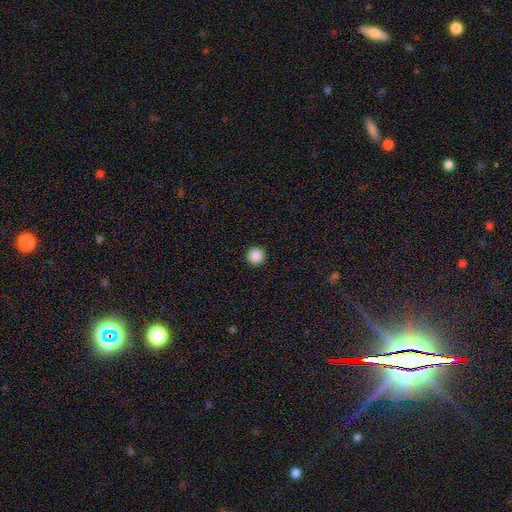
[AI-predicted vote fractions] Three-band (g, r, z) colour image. It shows a smooth galaxy with no disk features (88%) that is round (95%). Merging: none (94%).